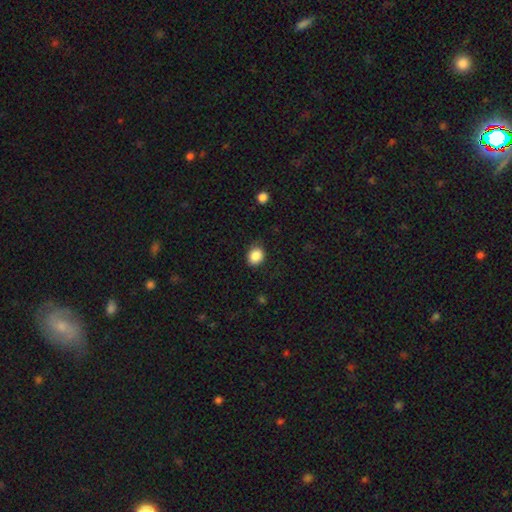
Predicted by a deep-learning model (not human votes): A smooth galaxy with no disk features (87%) that is round (56%).

Vote fractions:
- Smooth or featured? smooth: 87% / star or artifact: 9% / featured or disk: 4%
- How rounded? round: 56% / in between: 43% / cigar-shaped: 1%
- Merging? none: 82% / minor disturbance: 13% / major disturbance: 3% / merger: 1%